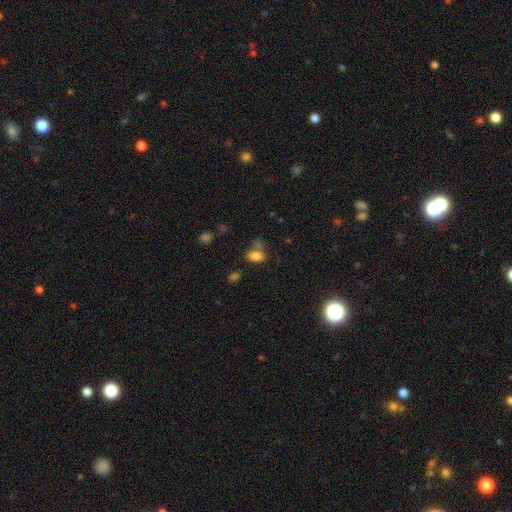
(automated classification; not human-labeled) smooth-or-featured: smooth: 80% | star or artifact: 13% | featured or disk: 7%
  how-rounded: in between: 88% | round: 9% | cigar-shaped: 2%
  merging: none: 50% | merger: 23% | minor disturbance: 18% | major disturbance: 9%